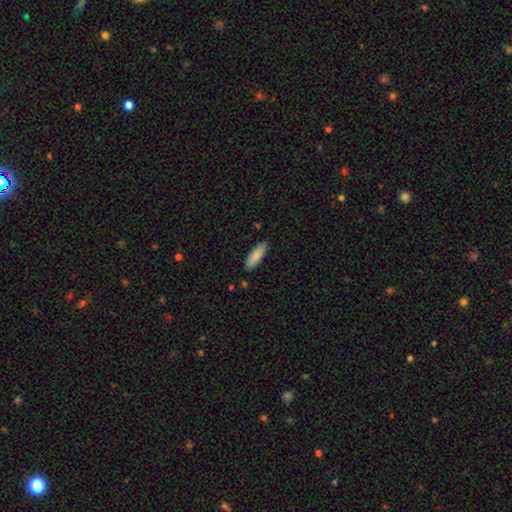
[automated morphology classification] smooth_or_featured: smooth (p=0.85) [alt: featured or disk p=0.09]
how_rounded: in between (p=0.53) [alt: cigar-shaped p=0.45]
merging: none (p=0.87) [alt: minor disturbance p=0.10]